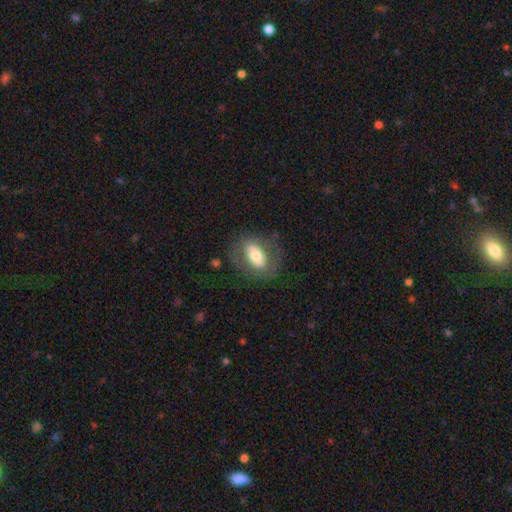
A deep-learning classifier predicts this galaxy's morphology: This is possibly a smooth galaxy (56%). How rounded: clearly in between (85%). Merging: likely none (73%).